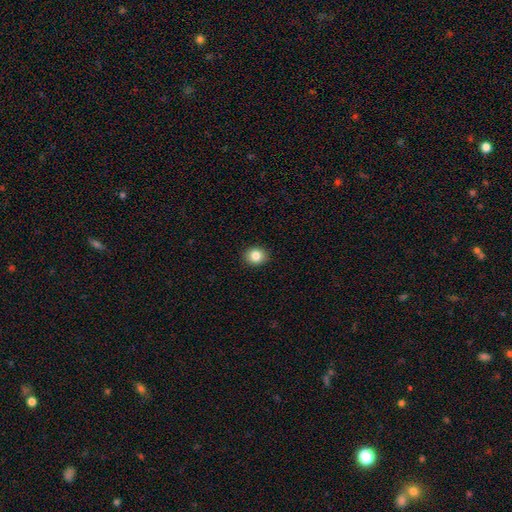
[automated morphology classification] This is clearly a smooth galaxy (84%). How rounded: likely round (64%). Merging: clearly none (91%).